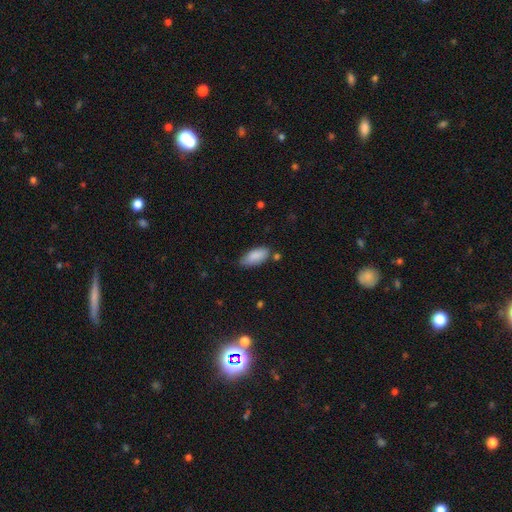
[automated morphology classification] smooth_or_featured: smooth (p=0.87) [alt: star or artifact p=0.06]
how_rounded: in between (p=0.87) [alt: cigar-shaped p=0.11]
merging: none (p=0.69) [alt: minor disturbance p=0.22]